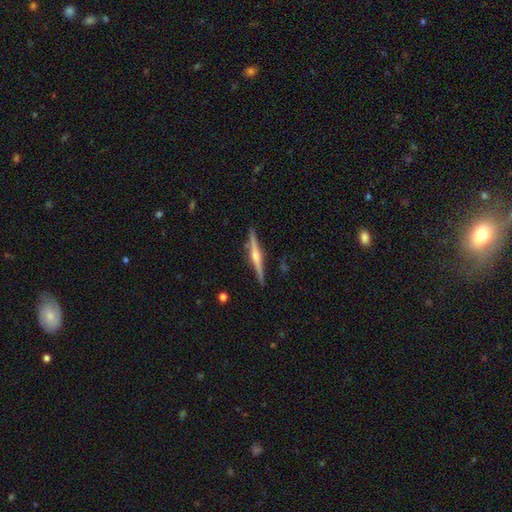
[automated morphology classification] featured or disk 82%, smooth 13%, star or artifact 5%. Down the decision tree: edge-on disk — yes (98%); edge-on bulge — rounded (89%); merging — none (91%).